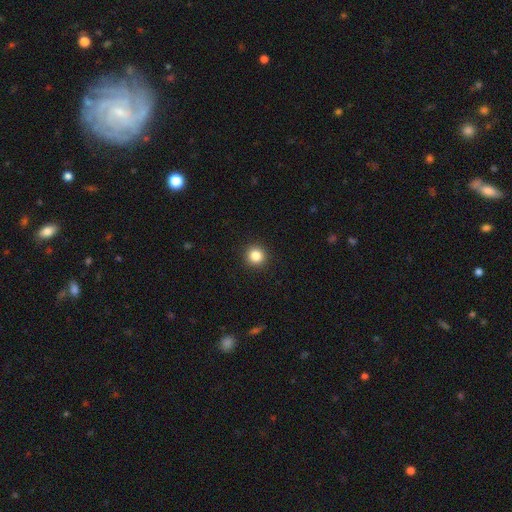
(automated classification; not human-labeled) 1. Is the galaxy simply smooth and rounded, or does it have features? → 84% smooth, 11% star or artifact, 5% featured or disk.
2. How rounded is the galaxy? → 95% round, 4% in between, 1% cigar-shaped.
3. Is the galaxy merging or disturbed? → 93% none, 4% minor disturbance, 2% major disturbance, 1% merger.